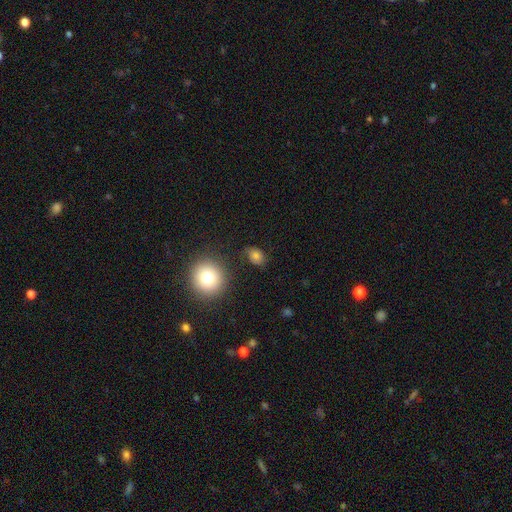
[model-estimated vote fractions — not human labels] Smooth or featured: smooth — 72% (star or artifact — 15%)
How rounded: in between — 58% (round — 41%)
Merging: none — 72% (minor disturbance — 18%)